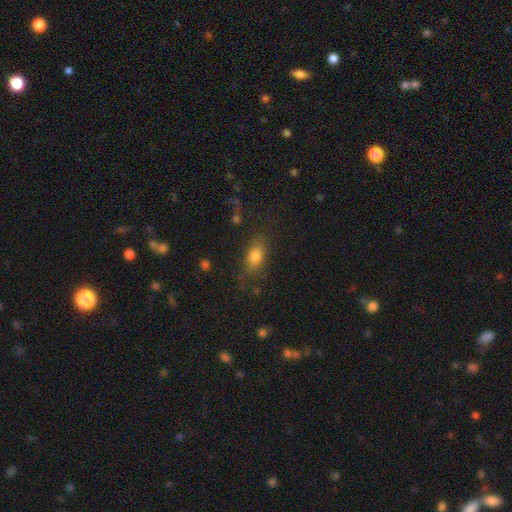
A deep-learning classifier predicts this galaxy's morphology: Smooth or featured? smooth (77%)
How rounded? in between (78%)
Merging? none (72%)